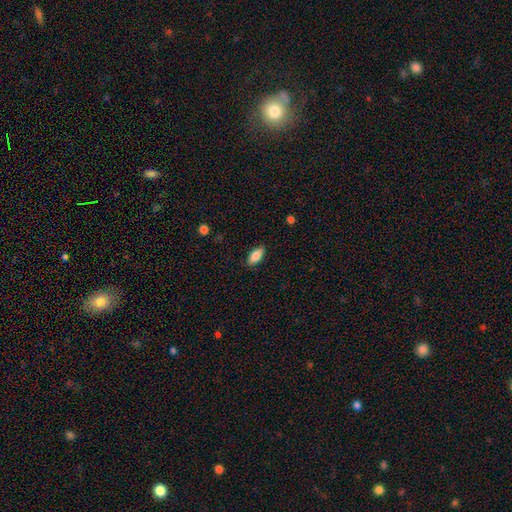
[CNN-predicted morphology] Smooth or featured? smooth (83%)
How rounded? in between (85%)
Merging? none (86%)